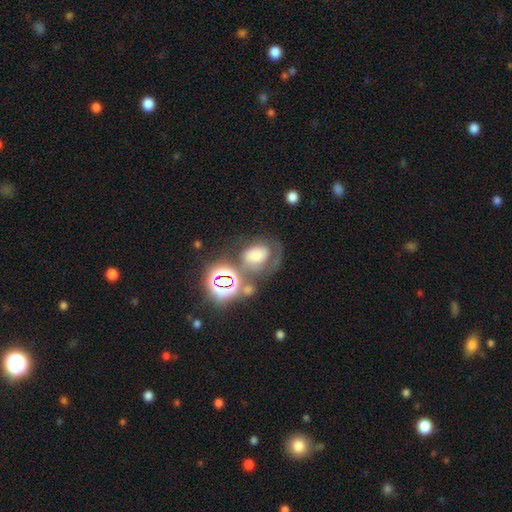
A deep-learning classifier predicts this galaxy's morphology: smooth-or-featured: smooth: 47% | featured or disk: 29% | star or artifact: 24%
  merging: none: 37% | major disturbance: 27% | minor disturbance: 20% | merger: 16%